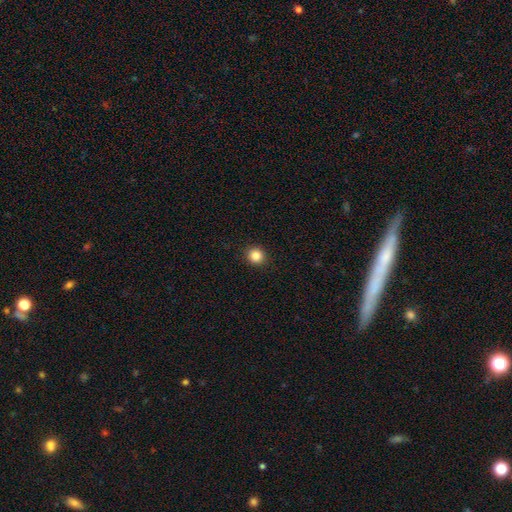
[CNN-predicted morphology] smooth-or-featured: smooth: 85% | star or artifact: 11% | featured or disk: 4%
  how-rounded: round: 92% | in between: 7% | cigar-shaped: 1%
  merging: none: 92% | minor disturbance: 5% | major disturbance: 2% | merger: 1%